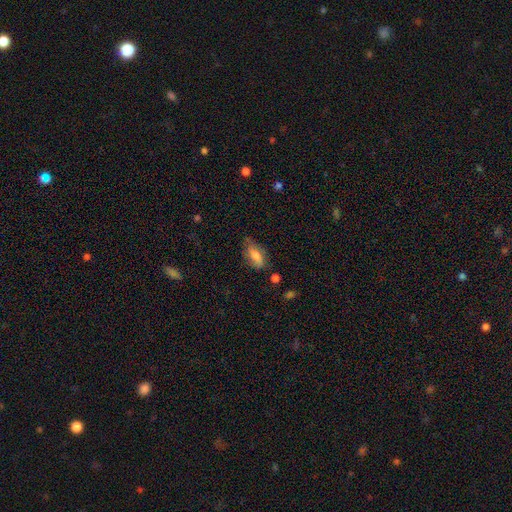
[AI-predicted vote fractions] Overall: smooth (75%). How rounded: in between (80%). Merging: none (60%; minor disturbance 29%).